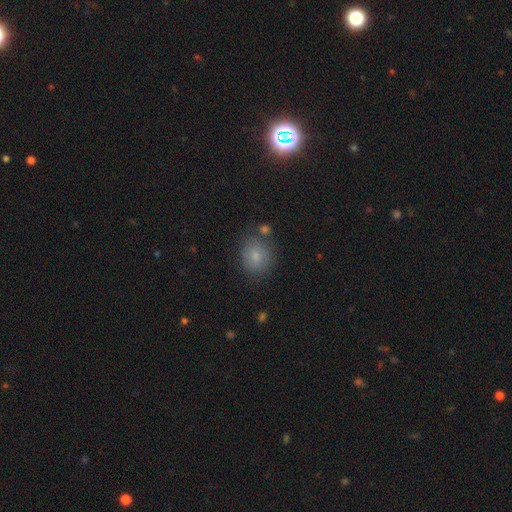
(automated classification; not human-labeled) A smooth galaxy with no disk features (80%) that is round (62%). Merging: none (74%).